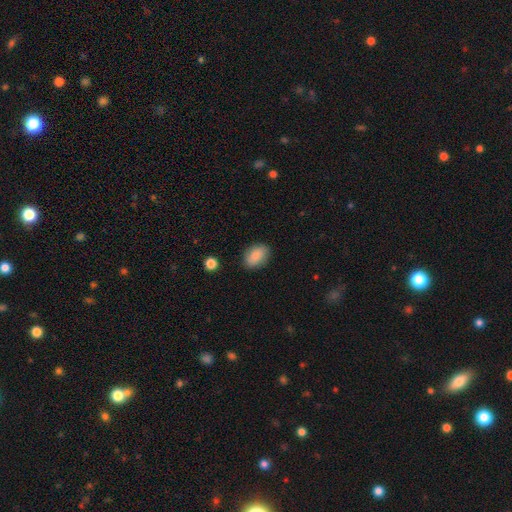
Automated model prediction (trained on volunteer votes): Q: Smooth or featured?
A: smooth (85%); runner-up: featured or disk (8%)
Q: How rounded?
A: in between (84%); runner-up: round (14%)
Q: Merging?
A: none (85%); runner-up: minor disturbance (11%)